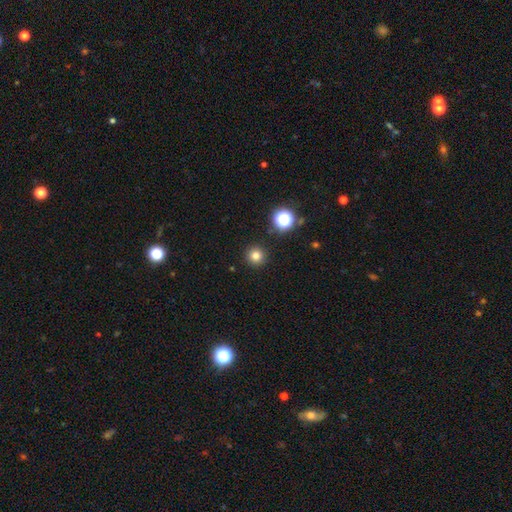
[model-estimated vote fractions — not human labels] A smooth galaxy with no disk features (79%) that is round (96%). Merging: none (91%).